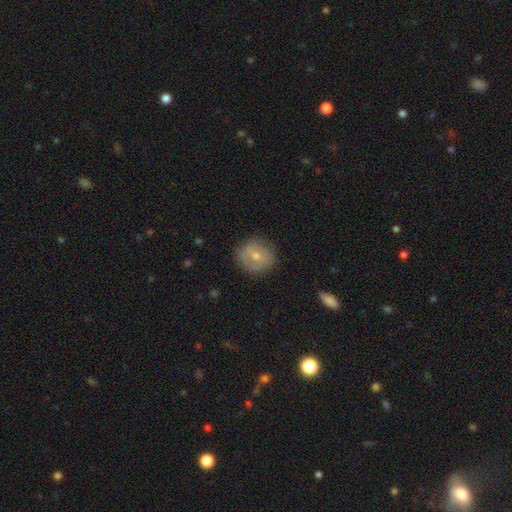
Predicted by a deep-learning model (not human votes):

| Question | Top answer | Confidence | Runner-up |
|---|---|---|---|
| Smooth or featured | smooth | 55% | featured or disk (37%) |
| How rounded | round | 86% | in between (13%) |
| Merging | none | 81% | minor disturbance (13%) |